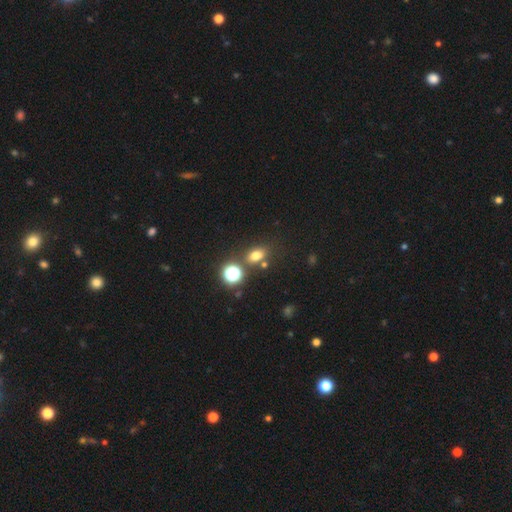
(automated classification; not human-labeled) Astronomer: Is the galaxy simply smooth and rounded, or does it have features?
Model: smooth — 71%.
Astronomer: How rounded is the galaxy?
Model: in between — 62%.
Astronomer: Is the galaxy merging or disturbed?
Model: none — 69%.